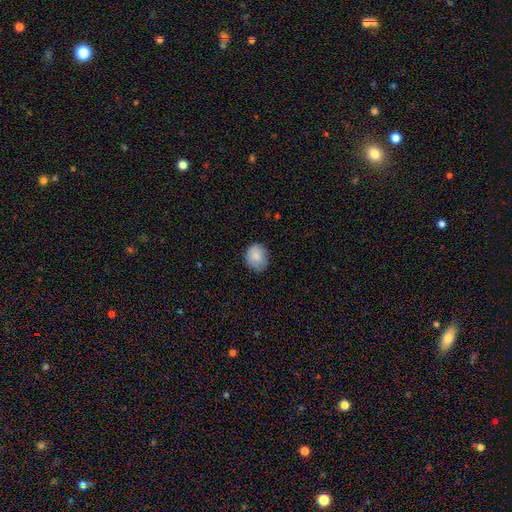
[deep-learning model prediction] A smooth galaxy with no disk features (86%) that is round (60%).

Vote fractions:
- Smooth or featured? smooth: 86% / star or artifact: 7% / featured or disk: 7%
- How rounded? round: 60% / in between: 39% / cigar-shaped: 1%
- Merging? none: 78% / minor disturbance: 18% / major disturbance: 3% / merger: 1%